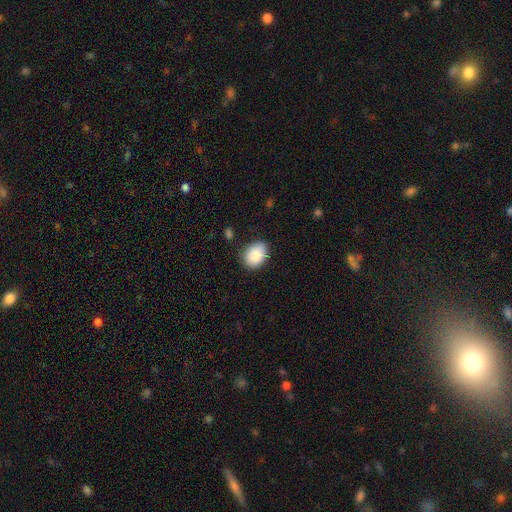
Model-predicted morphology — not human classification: type=smooth (85%); roundness=in between (67%); merging=none (82%).